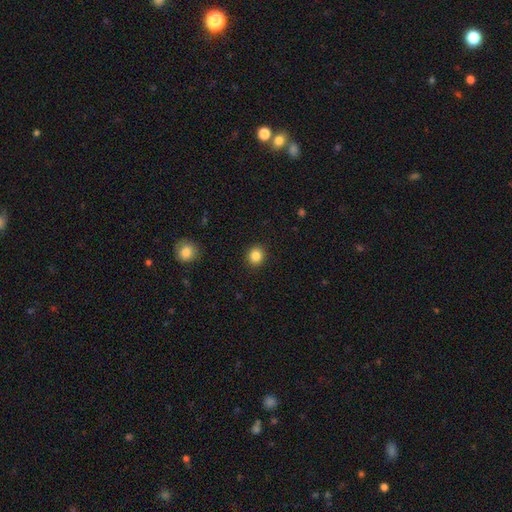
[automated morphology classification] Smooth or featured? Predicted: smooth (p=0.86). How rounded? Predicted: round (p=0.84). Merging? Predicted: none (p=0.92).